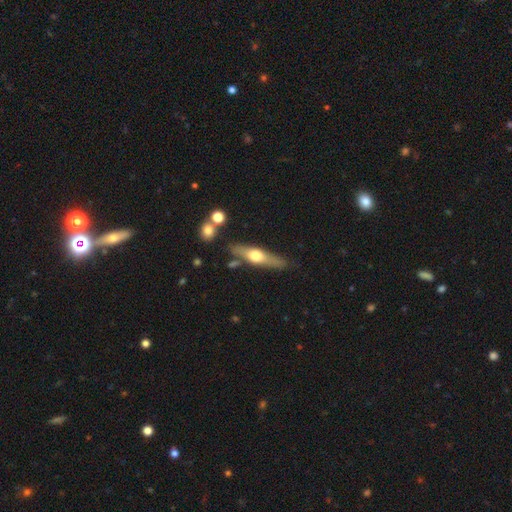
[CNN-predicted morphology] type=featured or disk (57%); edge-on=yes (91%); edge-on bulge=rounded (94%); merging=none (80%).